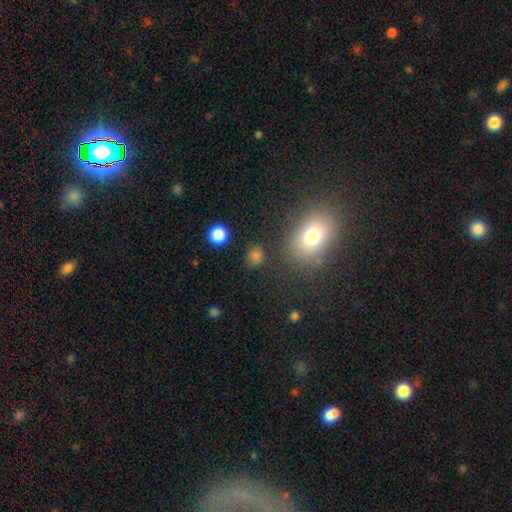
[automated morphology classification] A smooth galaxy with no disk features (77%) that is round (65%).

Vote fractions:
- Smooth or featured? smooth: 77% / star or artifact: 17% / featured or disk: 6%
- How rounded? round: 65% / in between: 34% / cigar-shaped: 2%
- Merging? none: 80% / minor disturbance: 11% / merger: 5% / major disturbance: 5%